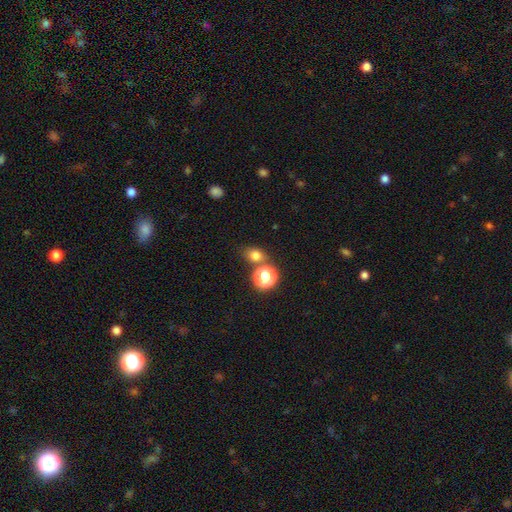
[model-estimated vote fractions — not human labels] smooth 74%, star or artifact 20%, featured or disk 7%. Down the decision tree: how rounded — round (59%); merging — none (70%).